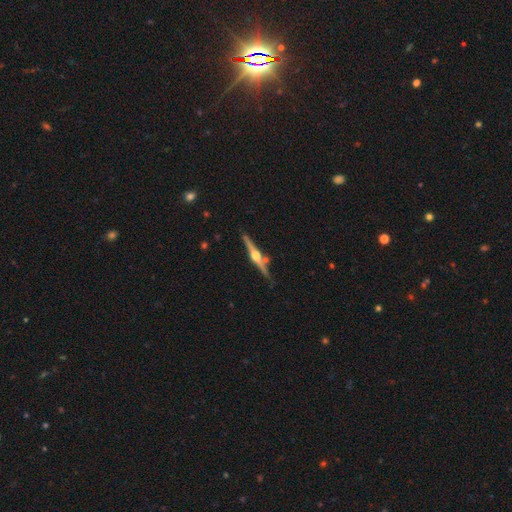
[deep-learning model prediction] featured or disk 85%, smooth 10%, star or artifact 5%. Down the decision tree: edge-on disk — yes (98%); edge-on bulge — rounded (96%); merging — none (80%).